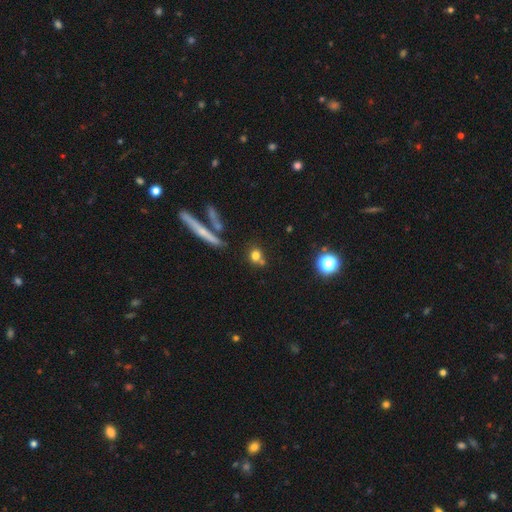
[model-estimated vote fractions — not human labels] A smooth galaxy with no disk features (75%) that is round (74%).

Vote fractions:
- Smooth or featured? smooth: 75% / star or artifact: 14% / featured or disk: 11%
- How rounded? round: 74% / in between: 21% / cigar-shaped: 5%
- Merging? none: 63% / merger: 21% / minor disturbance: 11% / major disturbance: 4%